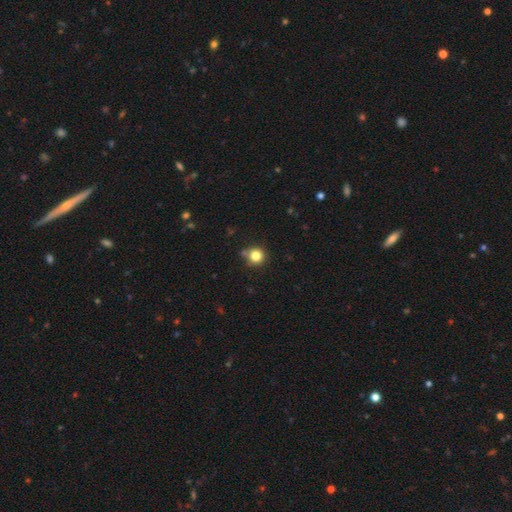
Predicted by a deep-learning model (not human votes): This is clearly a smooth galaxy (81%). How rounded: clearly round (93%). Merging: likely none (78%).